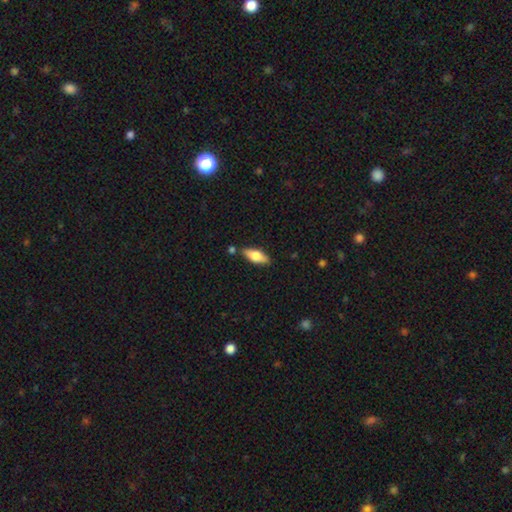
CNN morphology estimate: Smooth or featured? Predicted: smooth (p=0.65). How rounded? Predicted: in between (p=0.68). Merging? Predicted: none (p=0.82).